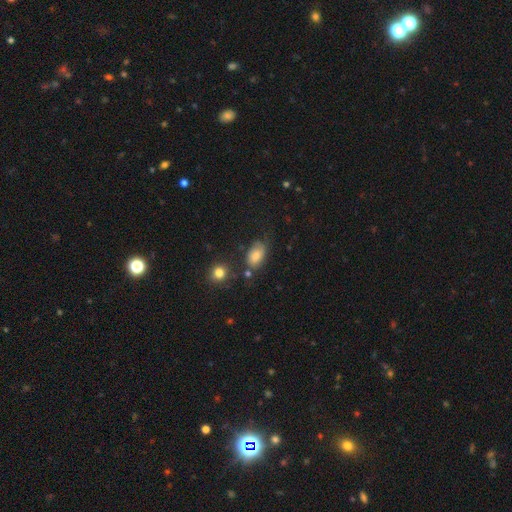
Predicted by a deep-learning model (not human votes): A smooth galaxy with no disk features (70%) that is in between round and cigar-shaped (87%). Merging: none (53%).